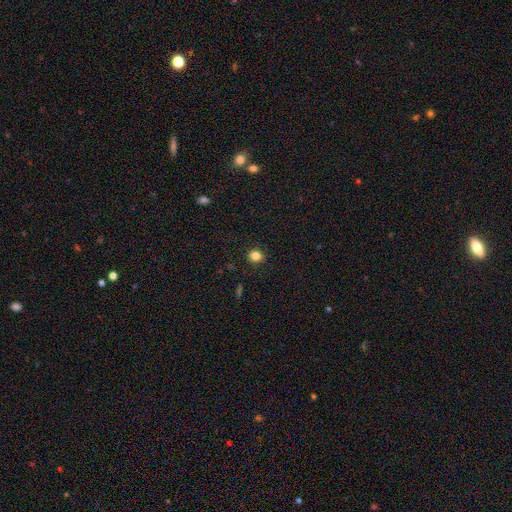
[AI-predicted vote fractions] This appears to be a smooth galaxy with no disk features (82%) that is round (81%). Merging: none (90%).